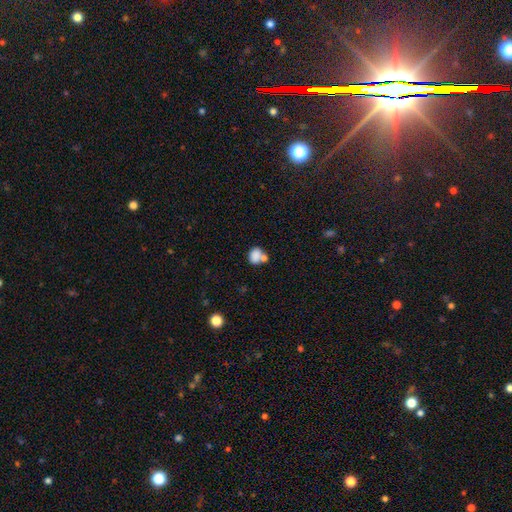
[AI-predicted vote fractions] The model was most divided on "merging" (2-way tie): none: 41%, merger: 41%, minor disturbance: 13%, major disturbance: 5%. More confident: smooth or featured — smooth (81%); how rounded — round (51%).